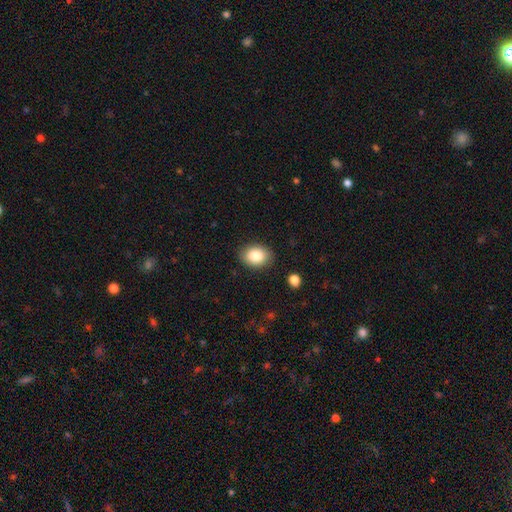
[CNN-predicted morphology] Smooth or featured? Predicted: smooth (p=0.84). How rounded? Predicted: in between (p=0.67). Merging? Predicted: none (p=0.87).